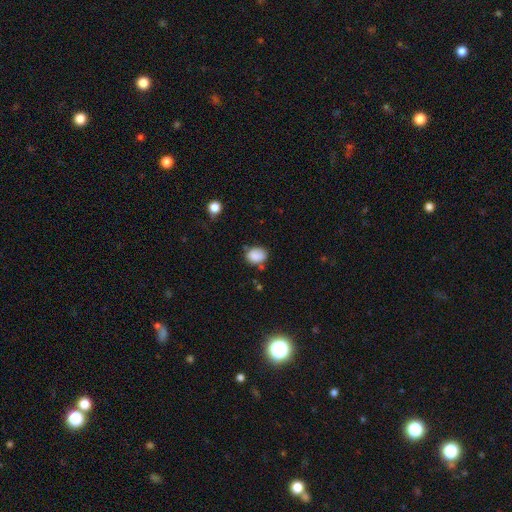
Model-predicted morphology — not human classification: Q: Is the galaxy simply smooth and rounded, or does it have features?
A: smooth — 85%.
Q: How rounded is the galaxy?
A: in between — 51%.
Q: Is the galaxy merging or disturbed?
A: none — 64%.